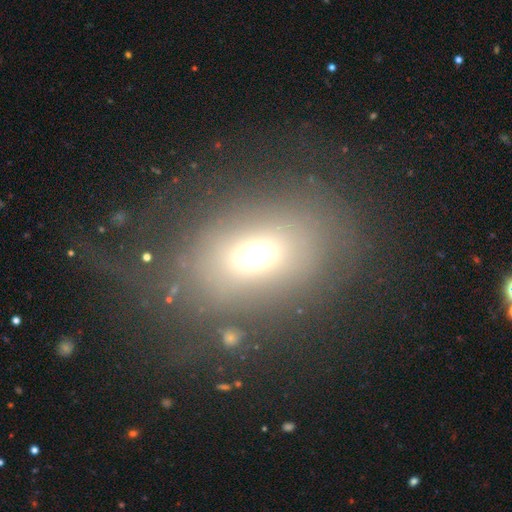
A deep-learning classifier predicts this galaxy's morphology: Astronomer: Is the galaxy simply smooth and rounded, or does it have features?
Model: smooth — 60%.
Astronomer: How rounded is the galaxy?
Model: in between — 61% (runner-up: round, 37%).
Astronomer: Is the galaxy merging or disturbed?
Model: none — 63%.